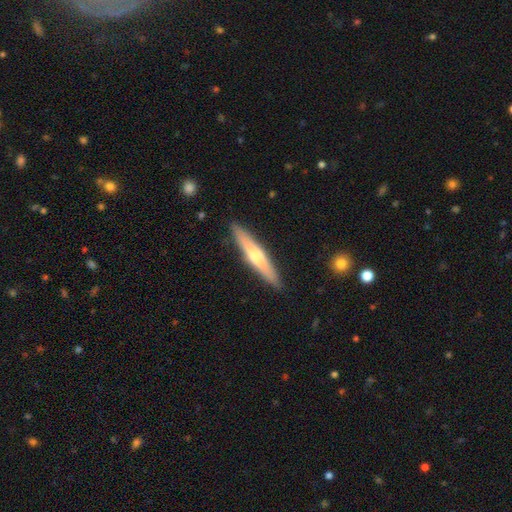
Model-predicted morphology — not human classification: This appears to be a featured or disk galaxy (48%). Merging: none (89%).